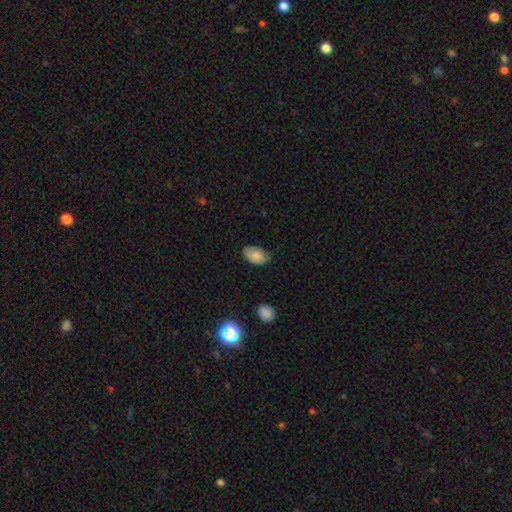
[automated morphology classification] A smooth galaxy with no disk features (83%) that is in between round and cigar-shaped (91%).

Vote fractions:
- Smooth or featured? smooth: 83% / featured or disk: 9% / star or artifact: 8%
- How rounded? in between: 91% / round: 7% / cigar-shaped: 1%
- Merging? none: 72% / minor disturbance: 23% / major disturbance: 4% / merger: 1%